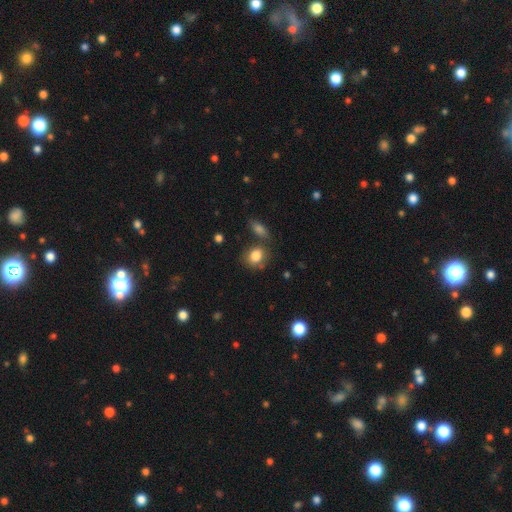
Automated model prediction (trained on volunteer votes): The model was most divided on "how rounded": round: 50%, in between: 48%, cigar-shaped: 1%. More confident: smooth or featured — smooth (82%); merging — none (64%).